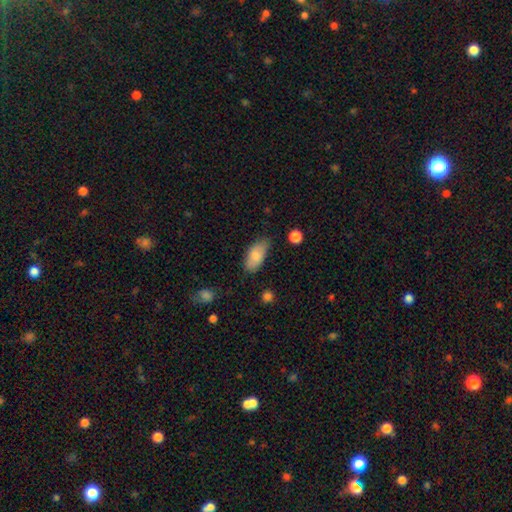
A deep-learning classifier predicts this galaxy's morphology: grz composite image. It shows a smooth galaxy with no disk features (83%) that is in between round and cigar-shaped (90%). Merging: none (70%).